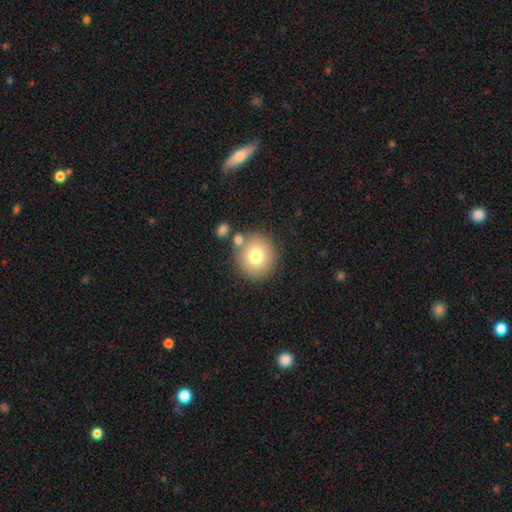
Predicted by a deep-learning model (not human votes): A smooth galaxy with no disk features (75%) that is round (92%). Merging: none (77%).